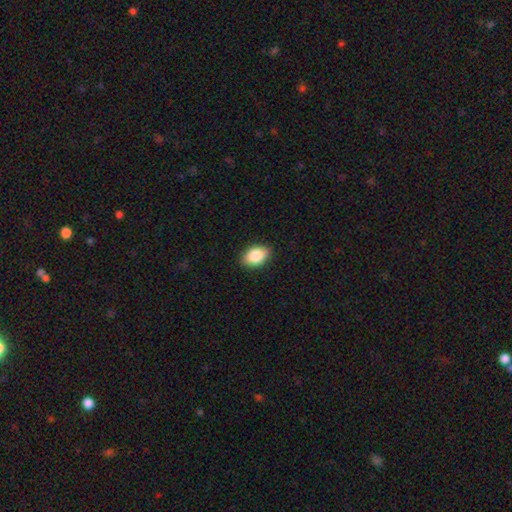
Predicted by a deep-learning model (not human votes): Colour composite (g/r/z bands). It shows a smooth galaxy with no disk features (85%) that is in between round and cigar-shaped (88%). Merging: none (88%).